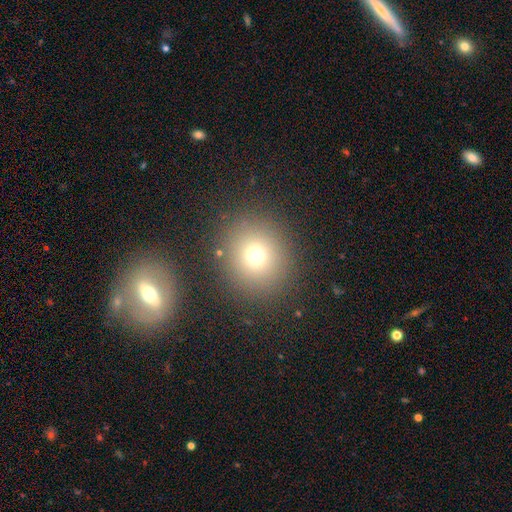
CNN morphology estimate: smooth_or_featured: smooth (p=0.73) [alt: star or artifact p=0.17]
how_rounded: round (p=0.87) [alt: in between p=0.12]
merging: none (p=0.86) [alt: minor disturbance p=0.07]